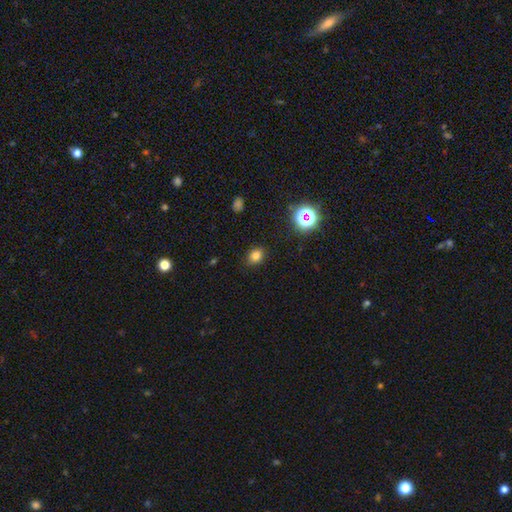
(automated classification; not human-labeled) A smooth galaxy with no disk features (77%) that is in between round and cigar-shaped (57%).

Vote fractions:
- Smooth or featured? smooth: 77% / star or artifact: 16% / featured or disk: 6%
- How rounded? in between: 57% / round: 41% / cigar-shaped: 1%
- Merging? none: 86% / minor disturbance: 10% / major disturbance: 3% / merger: 1%